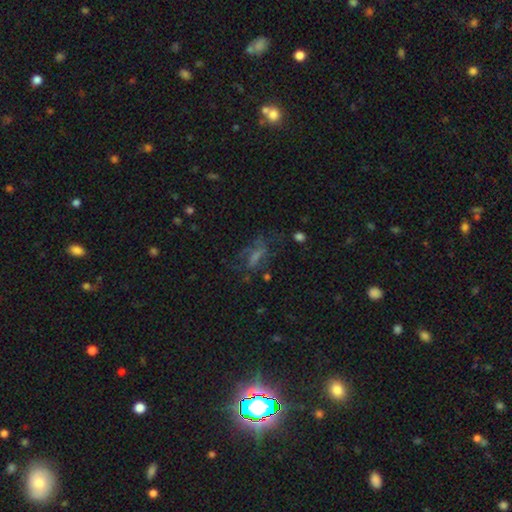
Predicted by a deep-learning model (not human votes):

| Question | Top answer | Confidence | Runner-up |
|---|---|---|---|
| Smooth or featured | smooth | 42% | featured or disk (32%) |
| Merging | none | 43% | major disturbance (32%) |